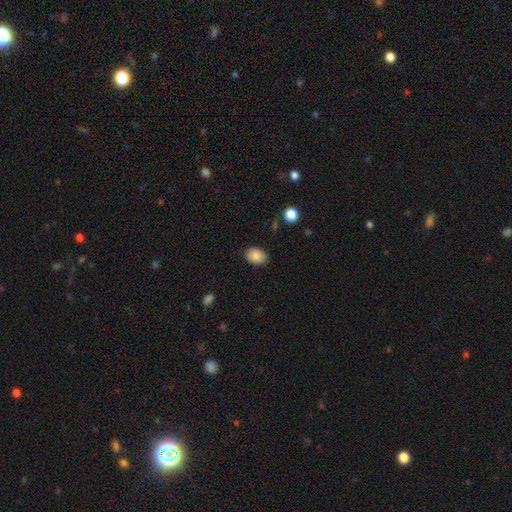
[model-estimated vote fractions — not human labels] This is clearly a smooth galaxy (87%). How rounded: likely in between (78%). Merging: clearly none (84%).